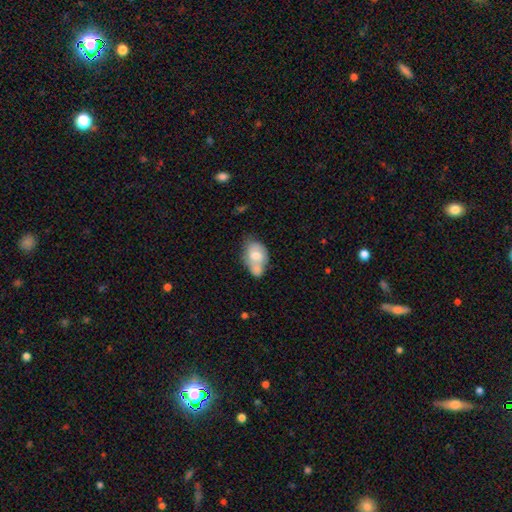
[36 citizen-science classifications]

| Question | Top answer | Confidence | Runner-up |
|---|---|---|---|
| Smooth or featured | smooth | 61% | featured or disk (39%) |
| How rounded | in between | 64% | round (36%) |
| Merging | merger | 56% | none (22%) |